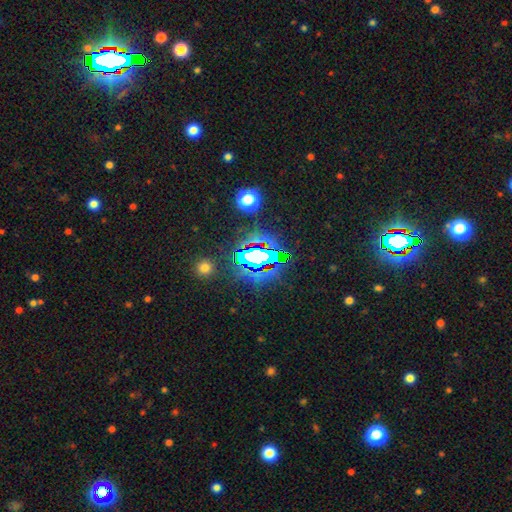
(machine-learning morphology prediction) A star or artifact, not a galaxy (69%).

Vote fractions:
- Smooth or featured? star or artifact: 69% / smooth: 17% / featured or disk: 14%